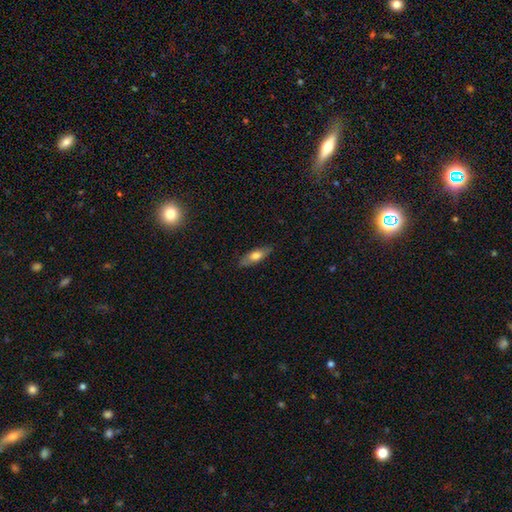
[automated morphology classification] A smooth galaxy with no disk features (67%) that is in between round and cigar-shaped (56%). Merging: none (85%).